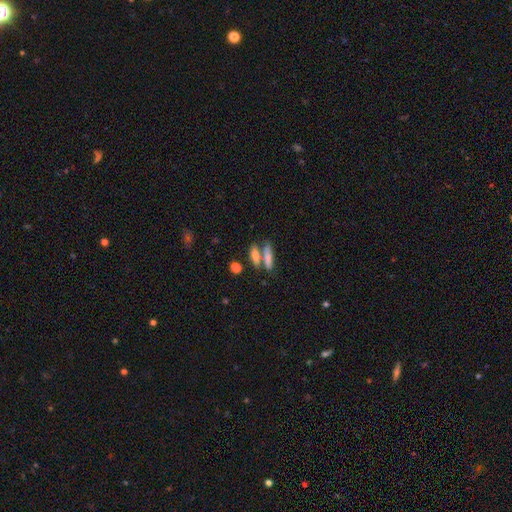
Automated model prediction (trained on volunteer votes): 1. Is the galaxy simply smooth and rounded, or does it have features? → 72% smooth, 19% featured or disk, 9% star or artifact.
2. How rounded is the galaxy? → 55% cigar-shaped, 40% in between, 5% round.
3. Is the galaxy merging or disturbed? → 49% none, 38% merger, 9% minor disturbance, 4% major disturbance.